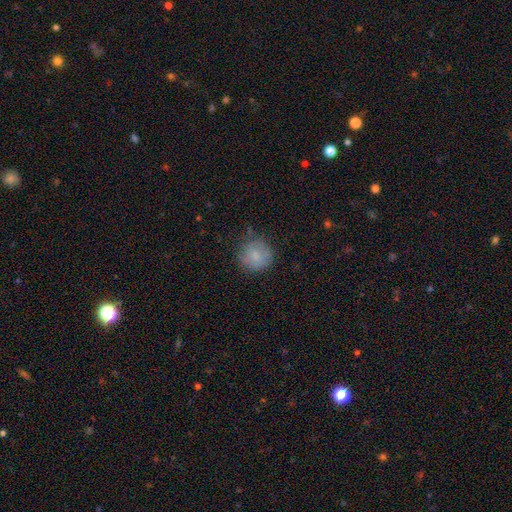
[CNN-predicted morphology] Overall: smooth (81%). How rounded: round (91%). Merging: none (74%).